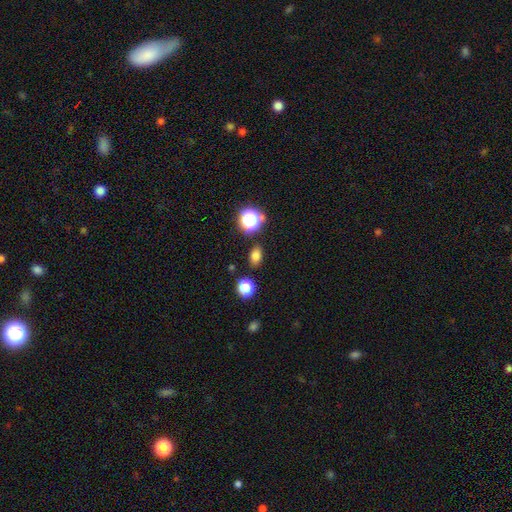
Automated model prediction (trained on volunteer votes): Smooth or featured?
  - smooth: 77% *
  - star or artifact: 17%
  - featured or disk: 6%
How rounded?
  - in between: 73% *
  - round: 25%
  - cigar-shaped: 2%
Merging?
  - none: 86% *
  - minor disturbance: 9%
  - merger: 3%
  - major disturbance: 3%